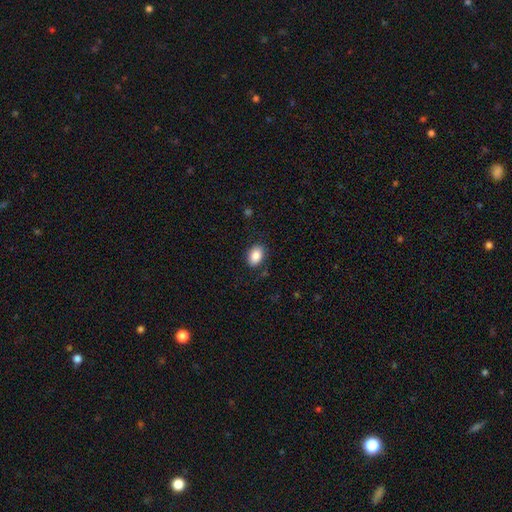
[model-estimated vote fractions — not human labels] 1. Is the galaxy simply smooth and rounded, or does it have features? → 88% smooth, 8% star or artifact, 4% featured or disk.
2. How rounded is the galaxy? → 81% in between, 18% round, 1% cigar-shaped.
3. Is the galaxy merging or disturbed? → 83% none, 12% minor disturbance, 4% major disturbance, 1% merger.